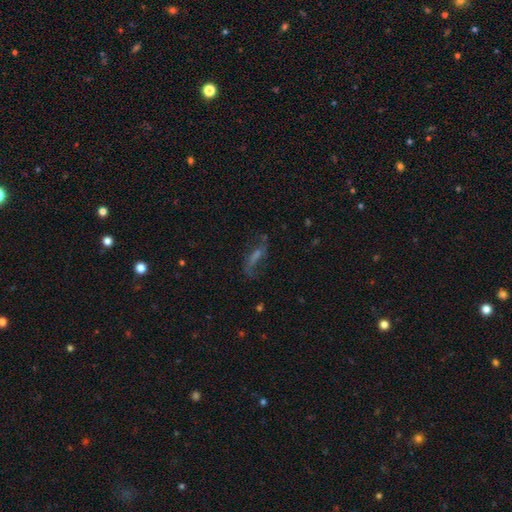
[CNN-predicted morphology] Smooth or featured: featured or disk — 57% (smooth — 24%)
Edge-on disk: no — 79% (yes — 21%)
Merging: none — 64% (minor disturbance — 18%)